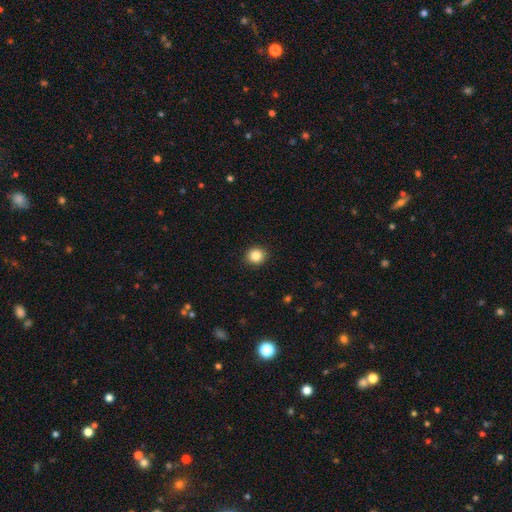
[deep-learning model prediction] Smooth or featured?
  - smooth: 85% *
  - star or artifact: 10%
  - featured or disk: 5%
How rounded?
  - round: 89% *
  - in between: 10%
  - cigar-shaped: 1%
Merging?
  - none: 92% *
  - minor disturbance: 5%
  - major disturbance: 2%
  - merger: 1%